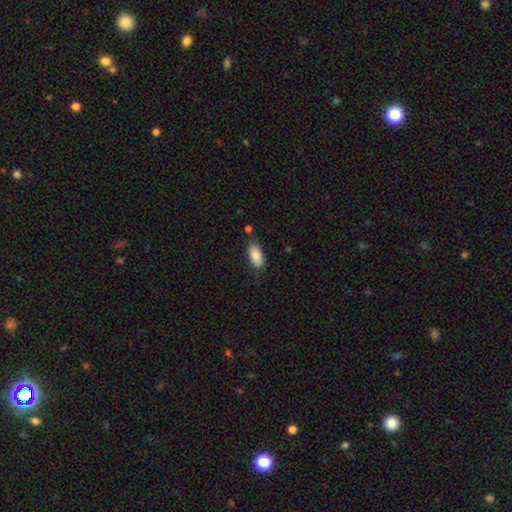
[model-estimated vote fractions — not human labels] Q: Smooth or featured?
A: smooth (84%); runner-up: featured or disk (9%)
Q: How rounded?
A: in between (89%); runner-up: cigar-shaped (8%)
Q: Merging?
A: none (74%); runner-up: minor disturbance (18%)